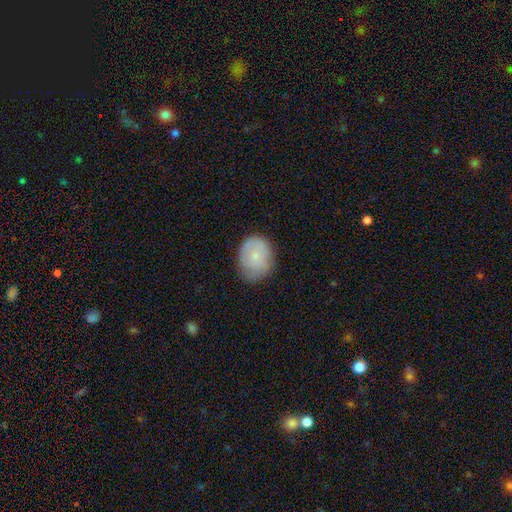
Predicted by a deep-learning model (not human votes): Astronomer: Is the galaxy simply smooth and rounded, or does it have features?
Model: smooth — 67%.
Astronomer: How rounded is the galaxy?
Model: round — 55% (runner-up: in between, 44%).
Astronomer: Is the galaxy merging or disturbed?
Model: none — 66%.